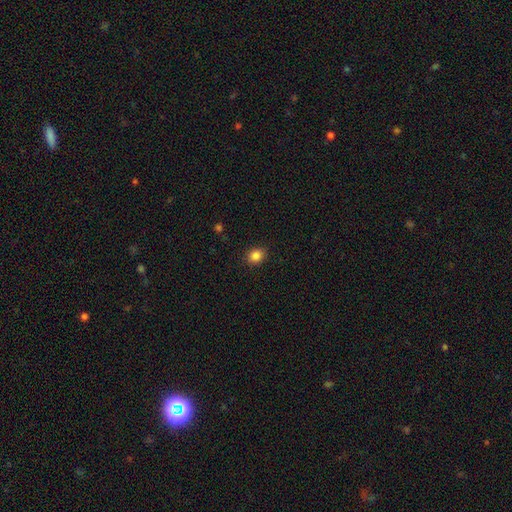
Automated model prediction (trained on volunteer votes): smooth-or-featured: smooth: 85% | star or artifact: 10% | featured or disk: 4%
  how-rounded: round: 65% | in between: 34% | cigar-shaped: 1%
  merging: none: 89% | minor disturbance: 8% | major disturbance: 2% | merger: 1%